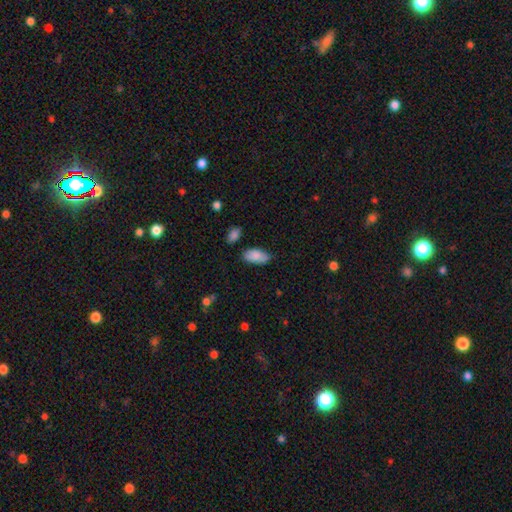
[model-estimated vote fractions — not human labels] The model was most divided on "merging": none: 77%, minor disturbance: 17%, major disturbance: 3%, merger: 3%. More confident: how rounded — in between (94%); smooth or featured — smooth (86%).